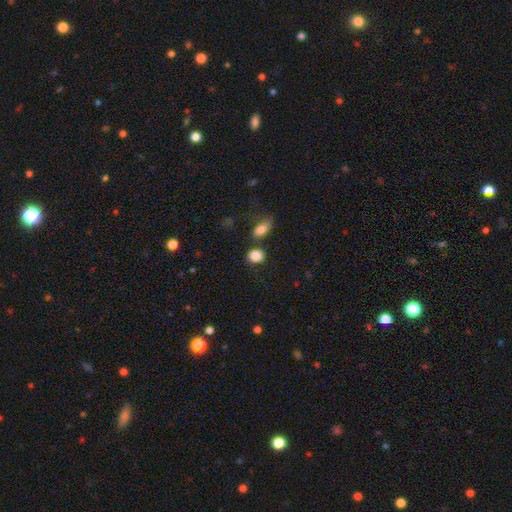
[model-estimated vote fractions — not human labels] smooth-or-featured: smooth: 86% | star or artifact: 9% | featured or disk: 5%
  how-rounded: round: 60% | in between: 38% | cigar-shaped: 2%
  merging: none: 70% | merger: 14% | minor disturbance: 12% | major disturbance: 4%